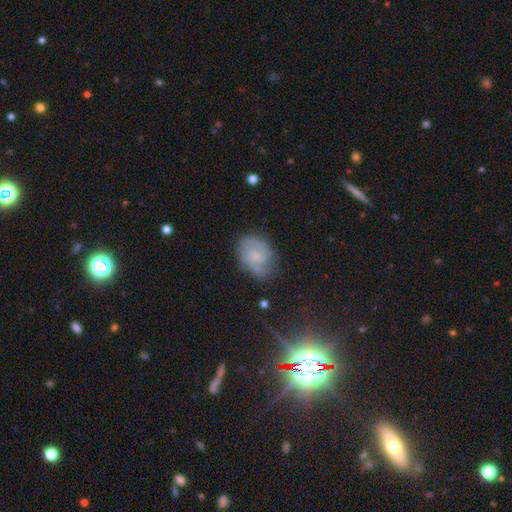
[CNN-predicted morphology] smooth_or_featured: featured or disk (p=0.59) [alt: smooth p=0.31]
disk_edge_on: no (p=0.97) [alt: yes p=0.03]
bar: no (p=0.60) [alt: weak p=0.35]
has_spiral_arms: yes (p=0.87) [alt: no p=0.13]
bulge_size: small (p=0.59) [alt: moderate p=0.28]
merging: none (p=0.68) [alt: minor disturbance p=0.23]